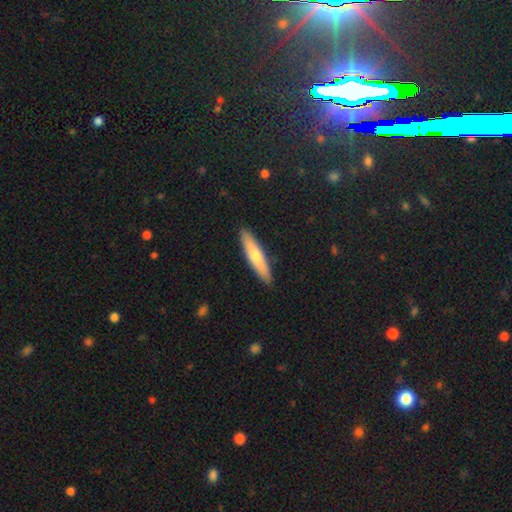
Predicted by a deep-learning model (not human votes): Smooth or featured: smooth — 65% (featured or disk — 30%)
How rounded: cigar-shaped — 83% (in between — 16%)
Merging: none — 90% (minor disturbance — 7%)